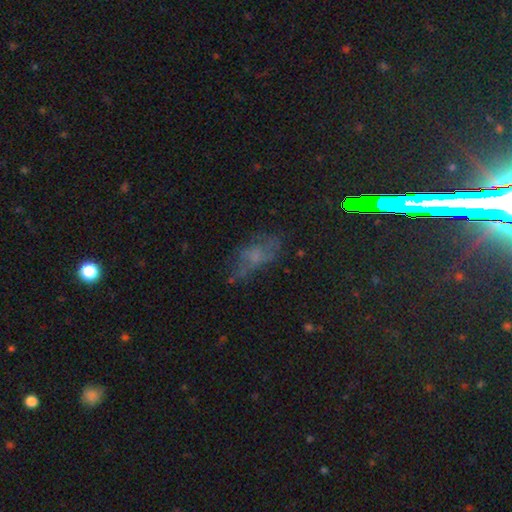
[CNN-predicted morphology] A smooth galaxy with no disk features (37%). Merging: none (52%).